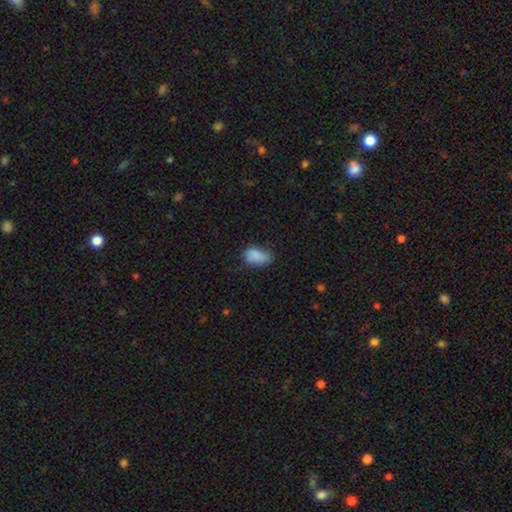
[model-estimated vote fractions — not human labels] Q: Smooth or featured?
A: smooth (85%); runner-up: star or artifact (9%)
Q: How rounded?
A: in between (92%); runner-up: round (5%)
Q: Merging?
A: none (53%); runner-up: minor disturbance (35%)